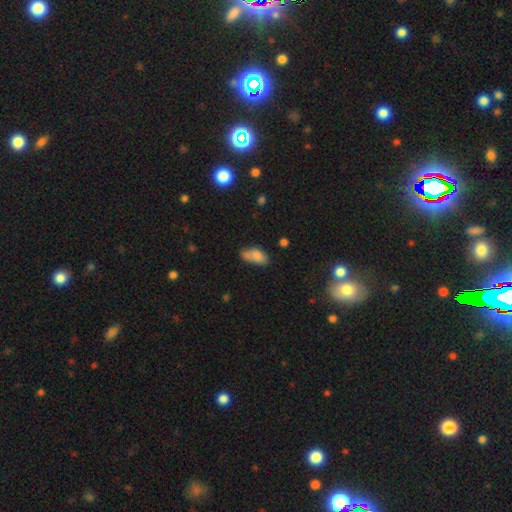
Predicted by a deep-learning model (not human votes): Q: Smooth or featured?
A: smooth (78%); runner-up: featured or disk (12%)
Q: How rounded?
A: in between (89%); runner-up: cigar-shaped (7%)
Q: Merging?
A: none (49%); runner-up: minor disturbance (30%)